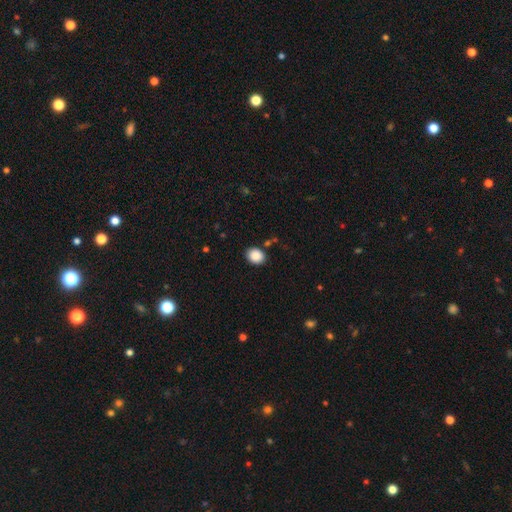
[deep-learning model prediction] smooth-or-featured: smooth: 89% | star or artifact: 8% | featured or disk: 3%
  how-rounded: round: 52% | in between: 48% | cigar-shaped: 1%
  merging: none: 87% | minor disturbance: 9% | major disturbance: 3% | merger: 2%